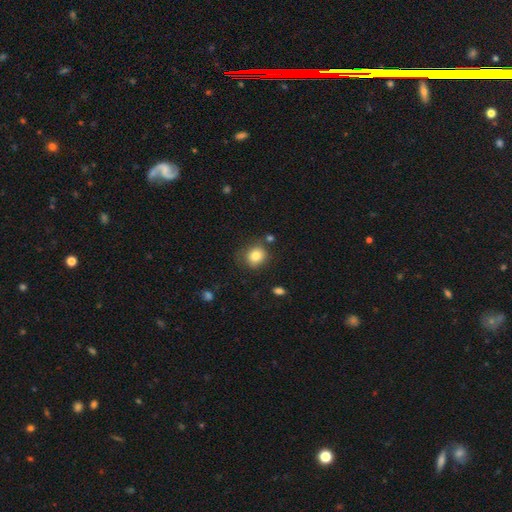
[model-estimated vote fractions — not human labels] The model was most divided on "how rounded": round: 72%, in between: 27%, cigar-shaped: 1%. More confident: smooth or featured — smooth (81%); merging — none (72%).